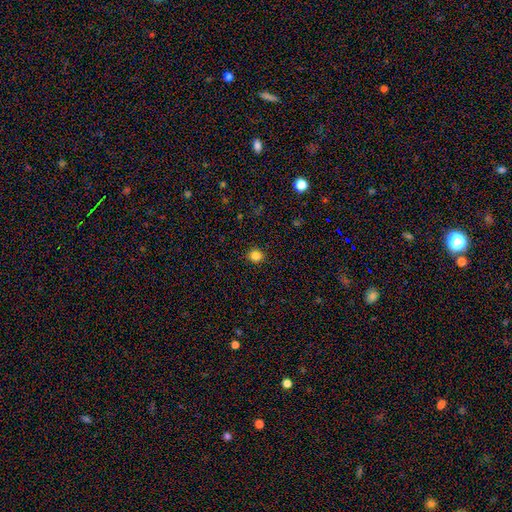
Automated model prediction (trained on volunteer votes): Q: Smooth or featured?
A: smooth (84%); runner-up: star or artifact (12%)
Q: How rounded?
A: round (86%); runner-up: in between (13%)
Q: Merging?
A: none (91%); runner-up: minor disturbance (7%)